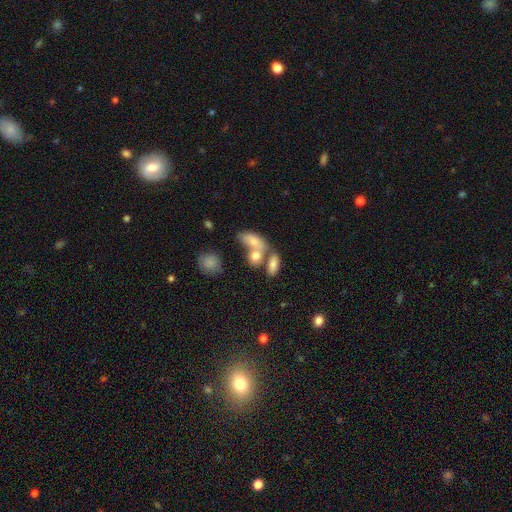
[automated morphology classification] The model was most divided on "merging": merger: 52%, none: 31%, minor disturbance: 11%, major disturbance: 6%. More confident: how rounded — in between (80%); smooth or featured — smooth (74%).